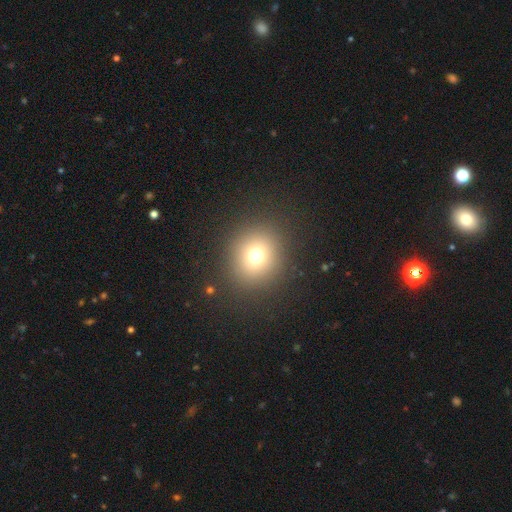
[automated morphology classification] Overall: smooth (71%). How rounded: round (86%). Merging: none (89%).